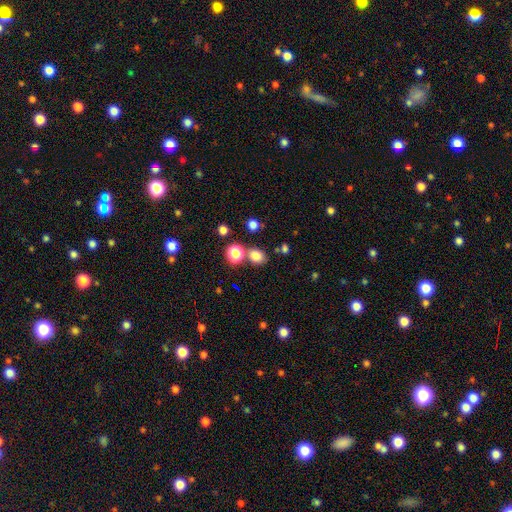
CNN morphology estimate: smooth-or-featured: smooth: 79% | star or artifact: 15% | featured or disk: 6%
  how-rounded: round: 65% | in between: 34% | cigar-shaped: 1%
  merging: none: 67% | merger: 19% | minor disturbance: 10% | major disturbance: 4%